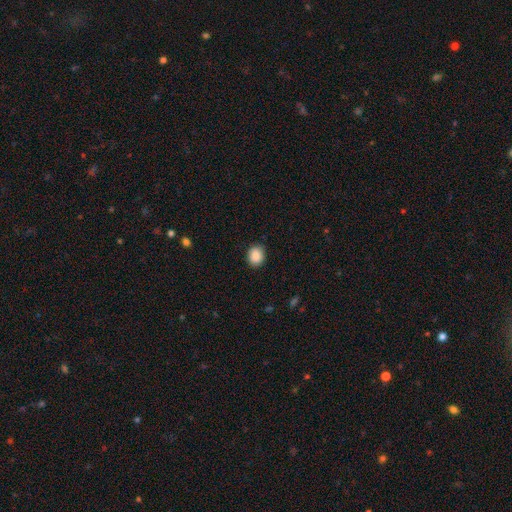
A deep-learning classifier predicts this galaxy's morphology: A smooth galaxy with no disk features (89%) that is round (59%).

Vote fractions:
- Smooth or featured? smooth: 89% / star or artifact: 8% / featured or disk: 3%
- How rounded? round: 59% / in between: 41% / cigar-shaped: 1%
- Merging? none: 87% / minor disturbance: 9% / major disturbance: 2% / merger: 1%